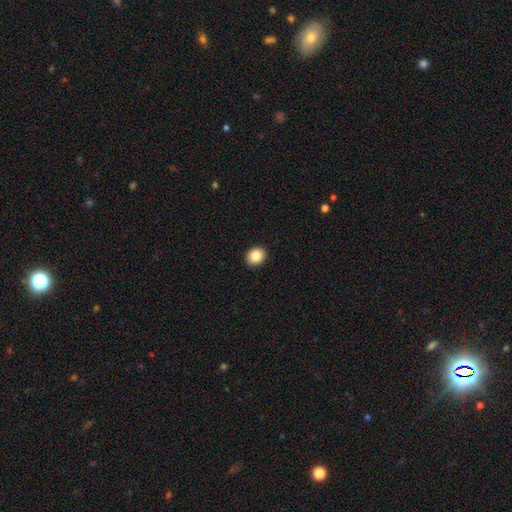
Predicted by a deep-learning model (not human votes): Smooth or featured? smooth (85%)
How rounded? round (66%)
Merging? none (91%)